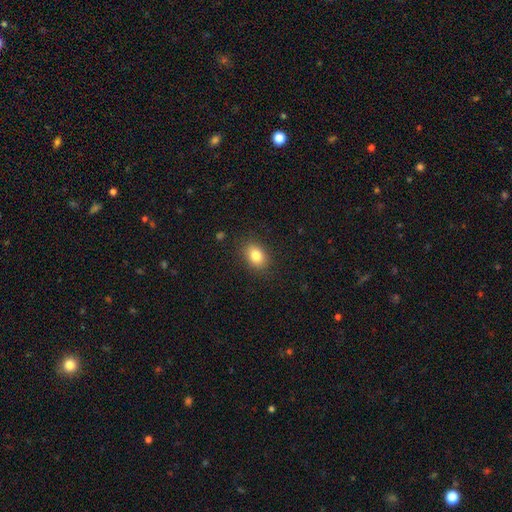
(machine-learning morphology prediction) The model was most divided on "how rounded": in between: 71%, round: 28%, cigar-shaped: 1%. More confident: merging — none (87%); smooth or featured — smooth (82%).